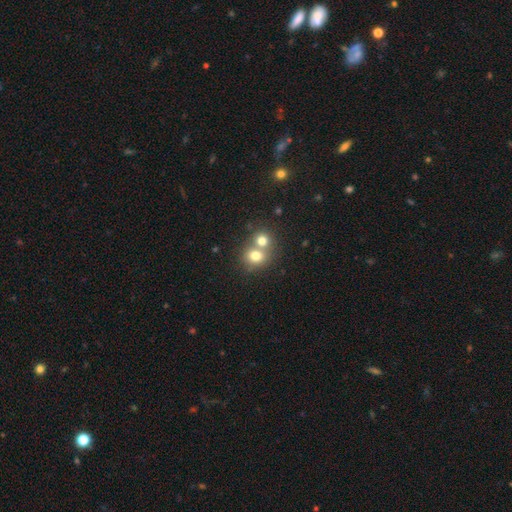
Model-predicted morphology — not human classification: smooth_or_featured: smooth (p=0.74) [alt: featured or disk p=0.14]
how_rounded: round (p=0.76) [alt: in between p=0.23]
merging: merger (p=0.57) [alt: none p=0.35]